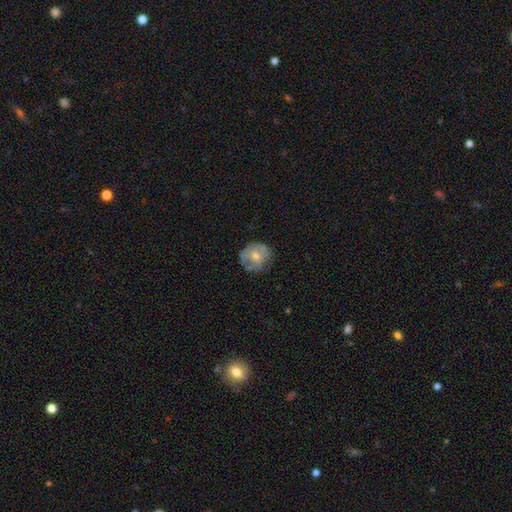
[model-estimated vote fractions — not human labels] Smooth or featured: smooth — 54% (featured or disk — 39%)
How rounded: round — 83% (in between — 16%)
Merging: none — 65% (minor disturbance — 25%)